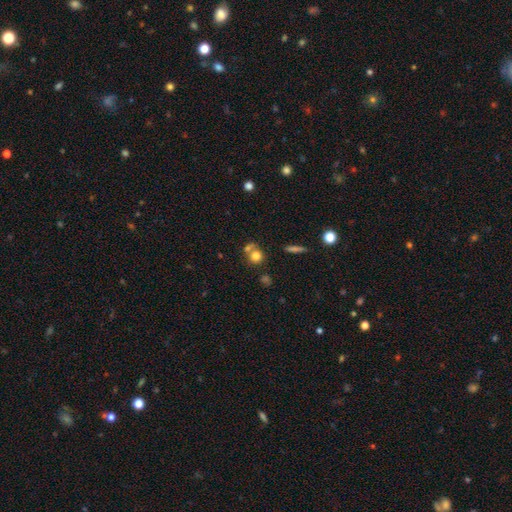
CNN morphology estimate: Overall: smooth (76%). How rounded: round (83%). Merging: none (49%; merger 38%).